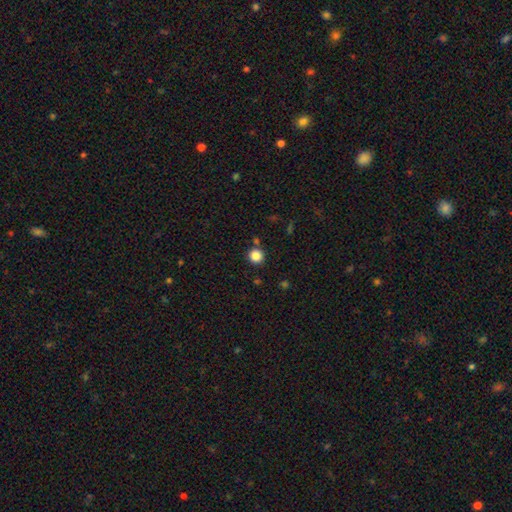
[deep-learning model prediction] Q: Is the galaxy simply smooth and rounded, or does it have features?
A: smooth — 85%.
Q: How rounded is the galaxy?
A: round — 93%.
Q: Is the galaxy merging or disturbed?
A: none — 85%.